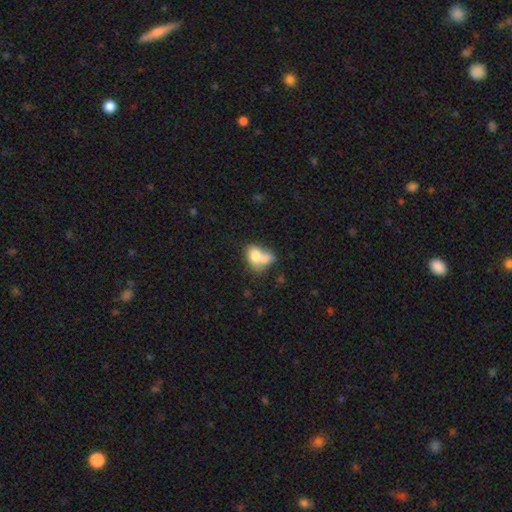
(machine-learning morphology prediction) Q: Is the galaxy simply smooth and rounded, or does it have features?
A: smooth — 71%.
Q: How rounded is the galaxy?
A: in between — 66%.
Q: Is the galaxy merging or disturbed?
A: merger — 67%.